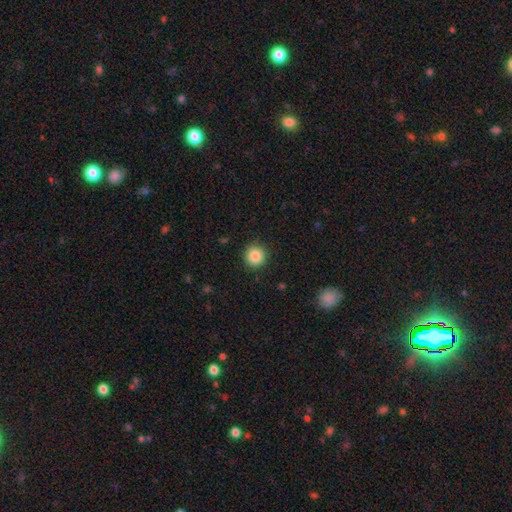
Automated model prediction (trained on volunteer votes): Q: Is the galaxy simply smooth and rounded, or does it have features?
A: smooth — 86%.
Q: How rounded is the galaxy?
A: round — 93%.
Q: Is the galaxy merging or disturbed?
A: none — 91%.